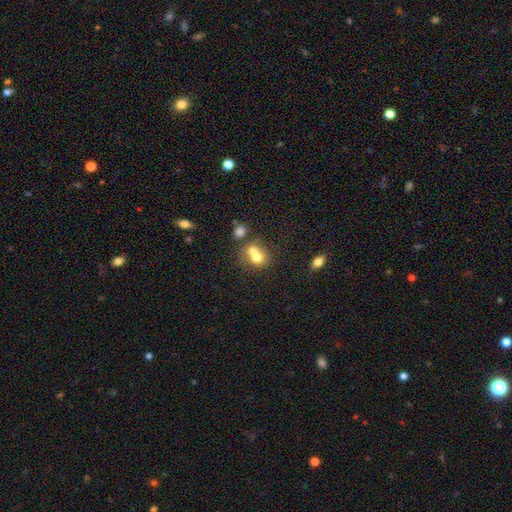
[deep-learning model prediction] Smooth or featured: smooth — 69% (featured or disk — 20%)
How rounded: round — 67% (in between — 32%)
Merging: merger — 64% (none — 26%)